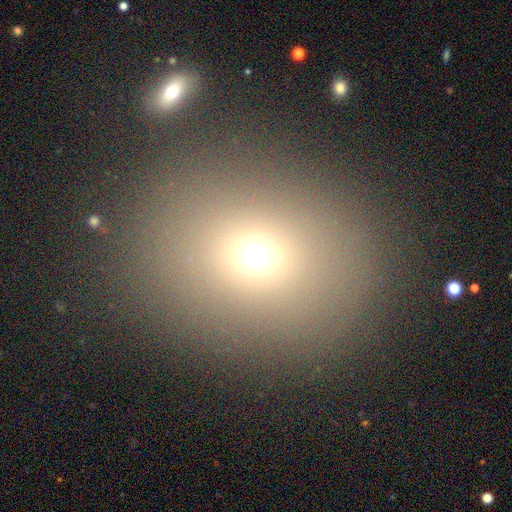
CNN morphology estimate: smooth_or_featured: smooth (p=0.69) [alt: star or artifact p=0.19]
how_rounded: round (p=0.59) [alt: in between p=0.40]
merging: none (p=0.80) [alt: minor disturbance p=0.09]